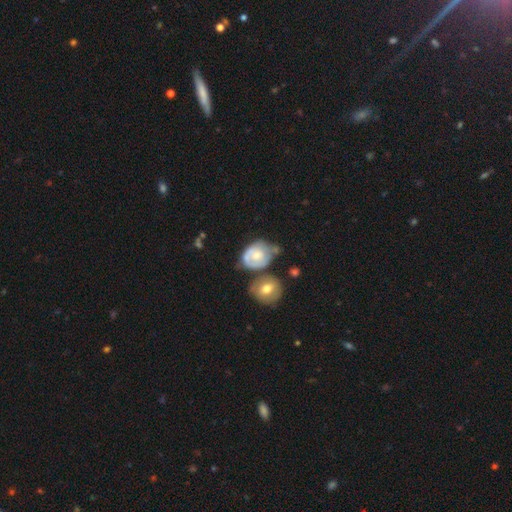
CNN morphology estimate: This is possibly a smooth galaxy (49%). Merging: marginally minor disturbance (29%).